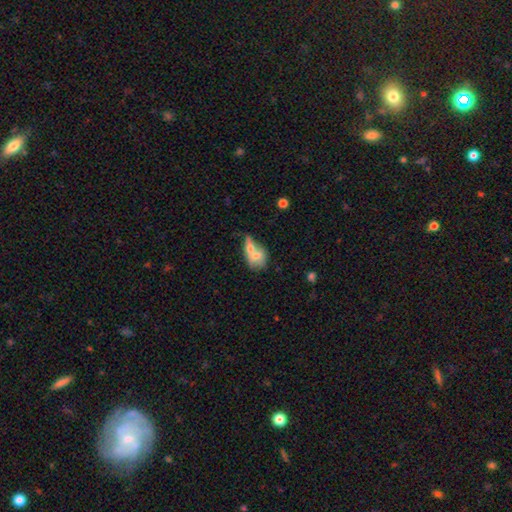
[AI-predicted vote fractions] Q: Smooth or featured?
A: smooth (60%); runner-up: featured or disk (31%)
Q: How rounded?
A: in between (57%); runner-up: round (37%)
Q: Merging?
A: merger (63%); runner-up: none (22%)